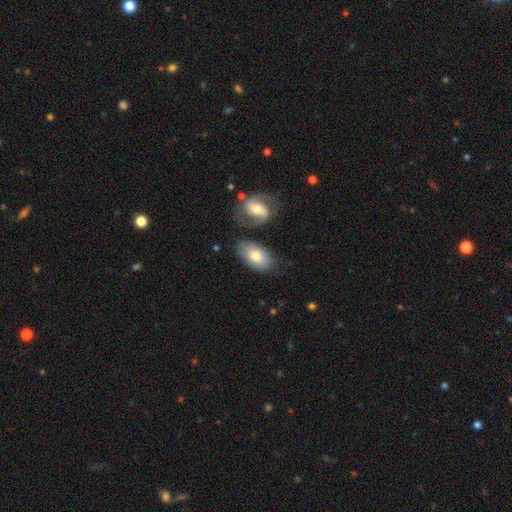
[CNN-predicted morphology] Overall: smooth (69%). How rounded: in between (92%). Merging: none (67%).